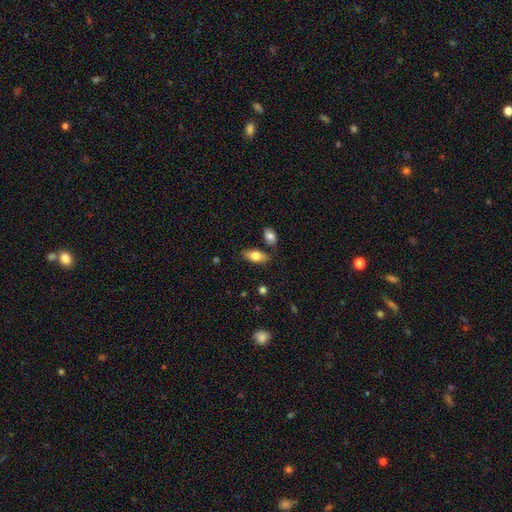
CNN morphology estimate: Q: Smooth or featured?
A: smooth (79%); runner-up: featured or disk (15%)
Q: How rounded?
A: in between (90%); runner-up: cigar-shaped (7%)
Q: Merging?
A: none (78%); runner-up: minor disturbance (12%)